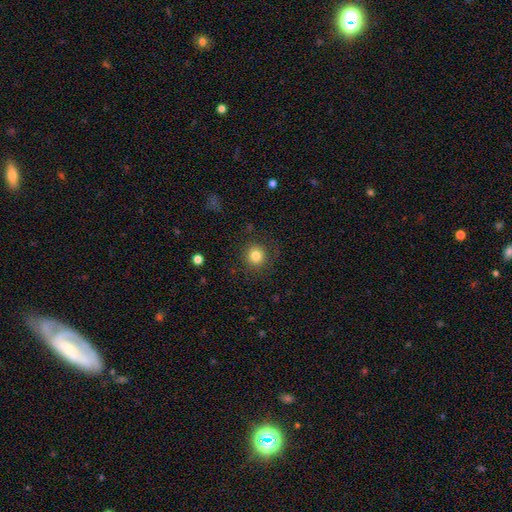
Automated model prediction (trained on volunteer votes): smooth 83%, star or artifact 11%, featured or disk 6%. Down the decision tree: how rounded — round (92%); merging — none (87%).